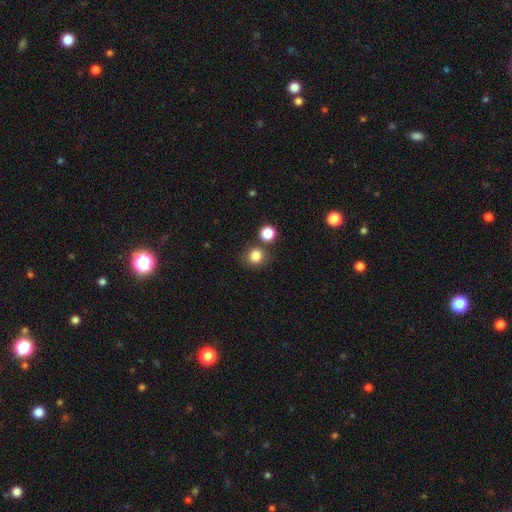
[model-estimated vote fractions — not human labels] Overall: smooth (83%). How rounded: round (88%). Merging: none (75%).